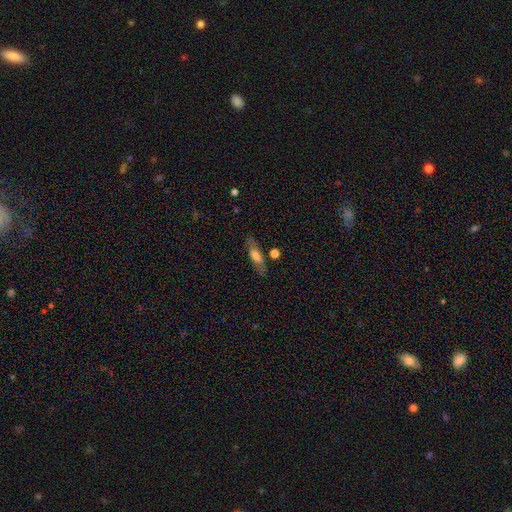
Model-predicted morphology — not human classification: smooth-or-featured: smooth: 55% | featured or disk: 37% | star or artifact: 8%
  how-rounded: cigar-shaped: 51% | in between: 46% | round: 3%
  merging: none: 78% | minor disturbance: 13% | major disturbance: 5% | merger: 4%